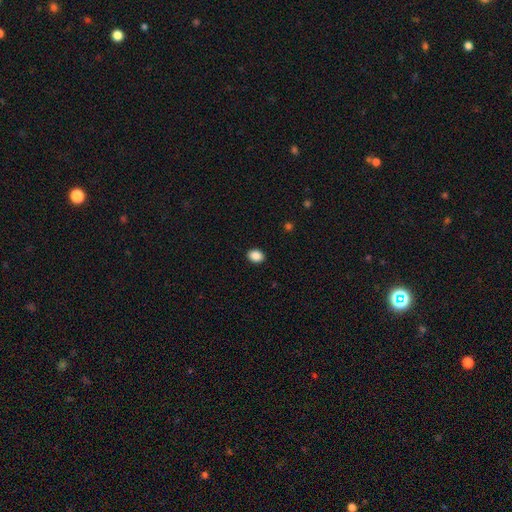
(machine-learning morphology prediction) Q: Smooth or featured?
A: smooth (89%); runner-up: star or artifact (8%)
Q: How rounded?
A: in between (63%); runner-up: round (36%)
Q: Merging?
A: none (91%); runner-up: minor disturbance (7%)